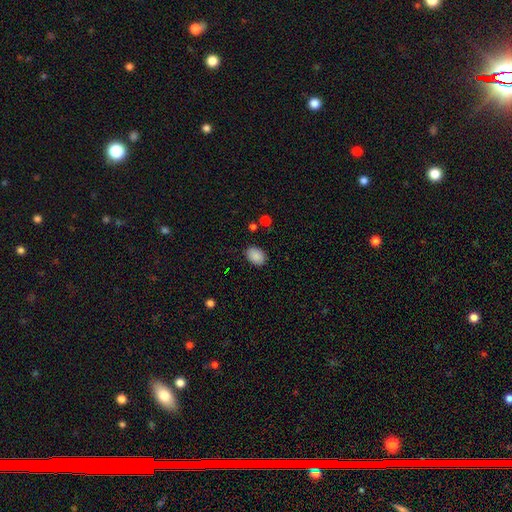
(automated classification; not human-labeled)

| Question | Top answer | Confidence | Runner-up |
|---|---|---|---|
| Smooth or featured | smooth | 89% | star or artifact (8%) |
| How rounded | in between | 82% | round (17%) |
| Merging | none | 85% | minor disturbance (11%) |